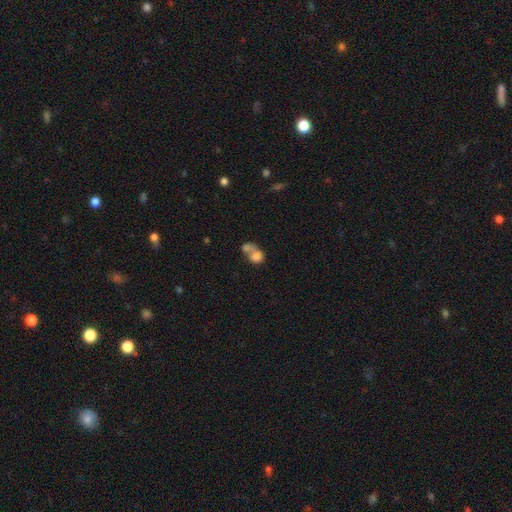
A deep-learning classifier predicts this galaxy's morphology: Smooth or featured? smooth (74%)
How rounded? round (53%)
Merging? merger (68%)